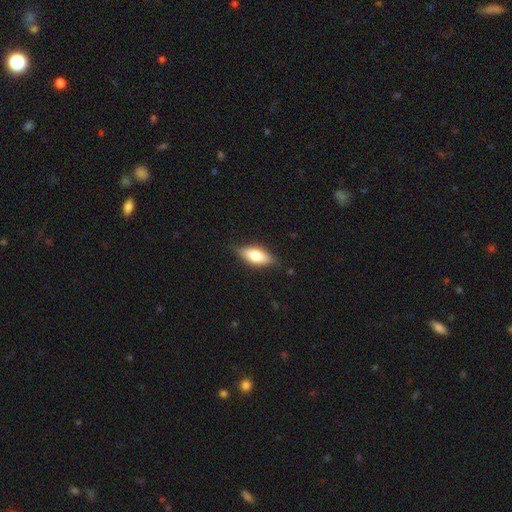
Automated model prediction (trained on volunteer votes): Q: Smooth or featured?
A: smooth (65%); runner-up: featured or disk (28%)
Q: How rounded?
A: in between (77%); runner-up: cigar-shaped (20%)
Q: Merging?
A: none (79%); runner-up: minor disturbance (16%)